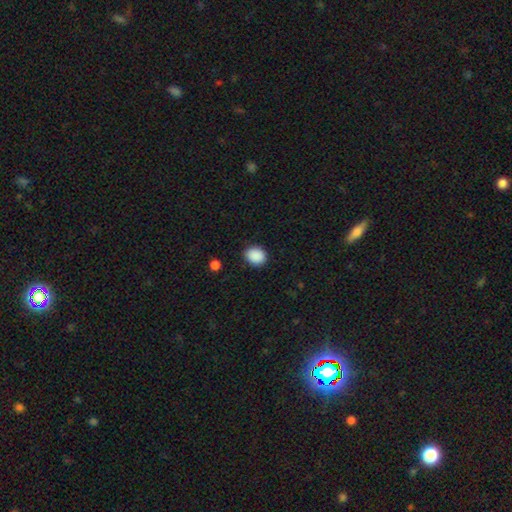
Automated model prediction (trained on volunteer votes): smooth-or-featured: smooth: 89% | star or artifact: 8% | featured or disk: 2%
  how-rounded: round: 61% | in between: 38% | cigar-shaped: 1%
  merging: none: 88% | minor disturbance: 8% | major disturbance: 2% | merger: 1%